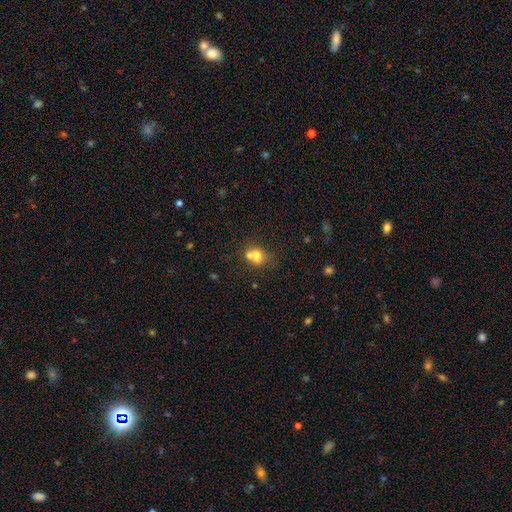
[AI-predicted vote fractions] smooth-or-featured: smooth: 69% | featured or disk: 18% | star or artifact: 13%
  how-rounded: round: 66% | in between: 33% | cigar-shaped: 1%
  merging: merger: 55% | none: 32% | minor disturbance: 9% | major disturbance: 4%